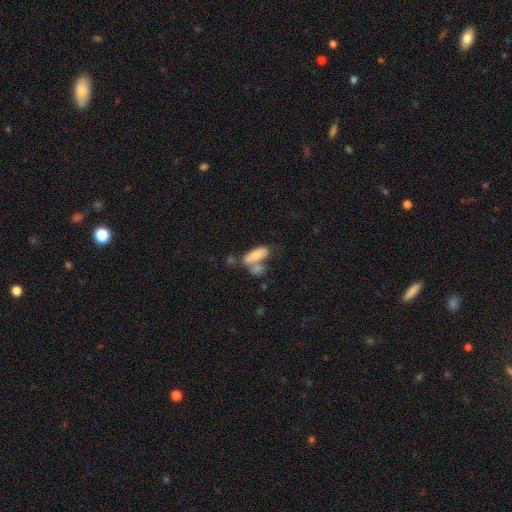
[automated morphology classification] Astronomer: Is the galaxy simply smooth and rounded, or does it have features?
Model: smooth — 73%.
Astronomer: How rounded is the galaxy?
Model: in between — 79%.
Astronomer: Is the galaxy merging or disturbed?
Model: merger — 49% (runner-up: none, 29%).